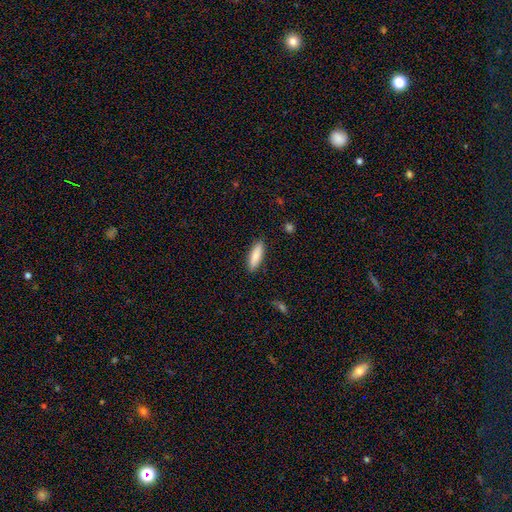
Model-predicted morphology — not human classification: smooth-or-featured: smooth: 85% | featured or disk: 9% | star or artifact: 6%
  how-rounded: in between: 52% | cigar-shaped: 46% | round: 2%
  merging: none: 88% | minor disturbance: 9% | major disturbance: 2% | merger: 1%